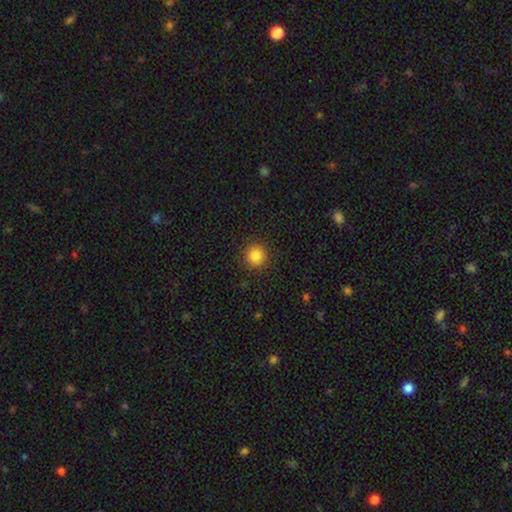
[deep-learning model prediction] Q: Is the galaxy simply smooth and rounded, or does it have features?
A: smooth — 85%.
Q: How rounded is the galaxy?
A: round — 93%.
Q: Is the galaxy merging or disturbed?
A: none — 90%.